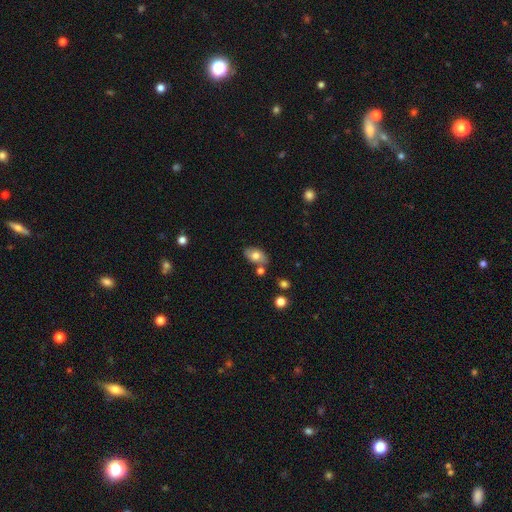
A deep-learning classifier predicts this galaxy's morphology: Overall: smooth (71%). How rounded: in between (91%). Merging: none (72%).